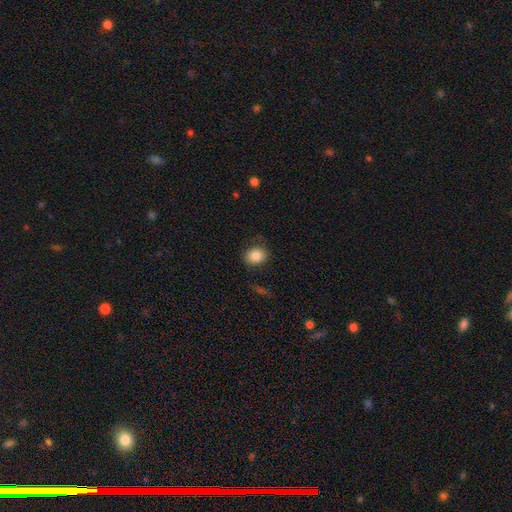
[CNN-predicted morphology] The model was most divided on "how rounded": round: 60%, in between: 39%, cigar-shaped: 1%. More confident: smooth or featured — smooth (84%); merging — none (79%).